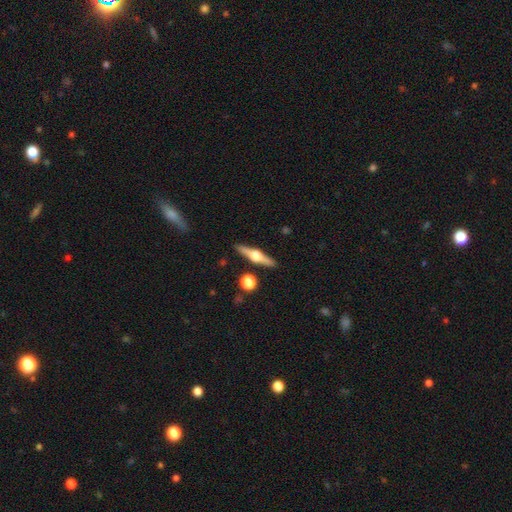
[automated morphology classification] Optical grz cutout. It shows a featured or disk galaxy (74%) viewed edge-on (97%) with a rounded central bulge (96%). Merging: none (90%).